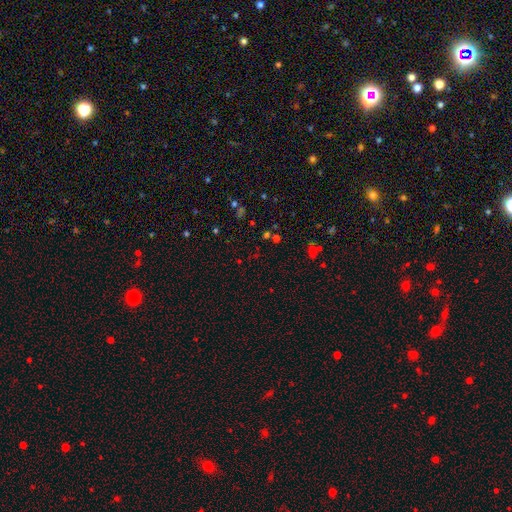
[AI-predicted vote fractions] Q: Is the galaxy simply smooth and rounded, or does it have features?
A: star or artifact — 60%.